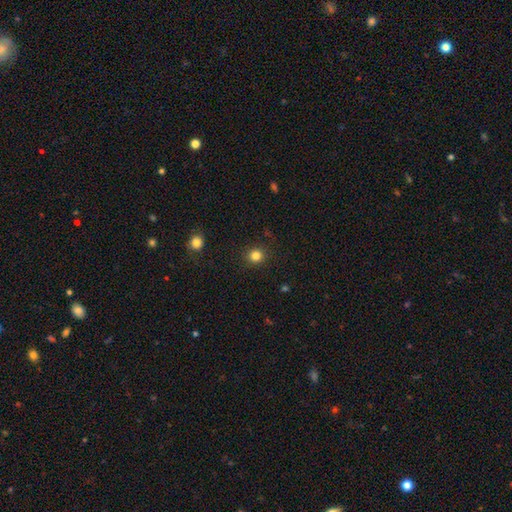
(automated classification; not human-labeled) A smooth galaxy with no disk features (83%) that is round (90%). Merging: none (90%).